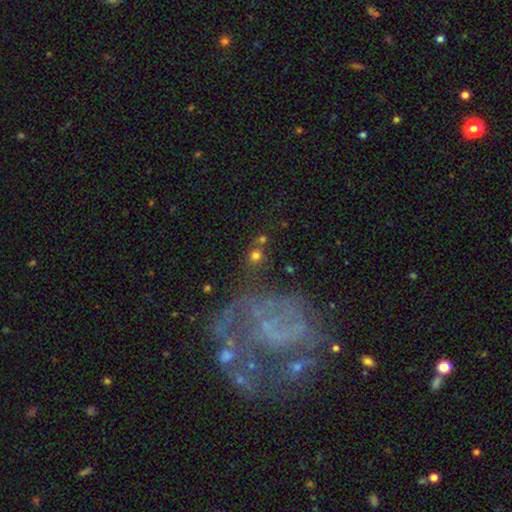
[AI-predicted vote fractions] Morphology: type=smooth (69%); roundness=round (85%); merging=none (68%).